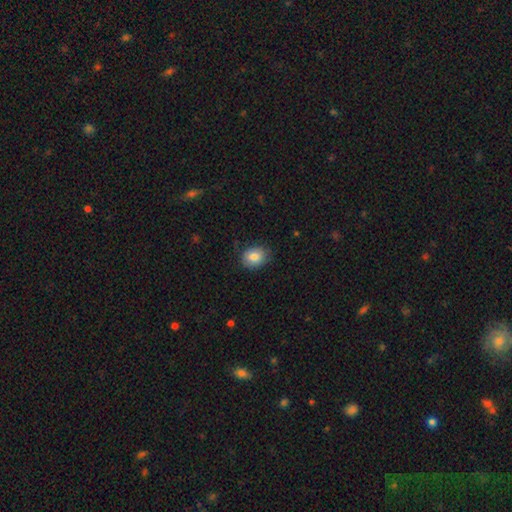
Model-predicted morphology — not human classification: type=smooth (79%); roundness=round (51%); merging=none (83%).